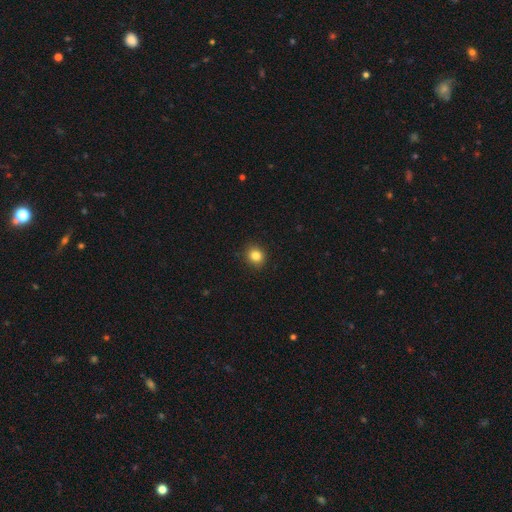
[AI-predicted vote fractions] Smooth or featured?
  - smooth: 84% *
  - star or artifact: 11%
  - featured or disk: 5%
How rounded?
  - round: 79% *
  - in between: 20%
  - cigar-shaped: 1%
Merging?
  - none: 90% *
  - minor disturbance: 7%
  - major disturbance: 2%
  - merger: 1%